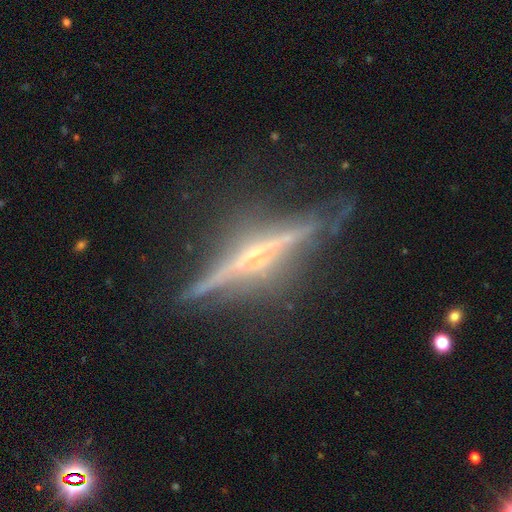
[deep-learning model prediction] This is clearly a featured or disk galaxy (87%). It is clearly viewed edge-on (97%). Edge-on bulge: likely rounded (65%). Merging: likely none (80%).